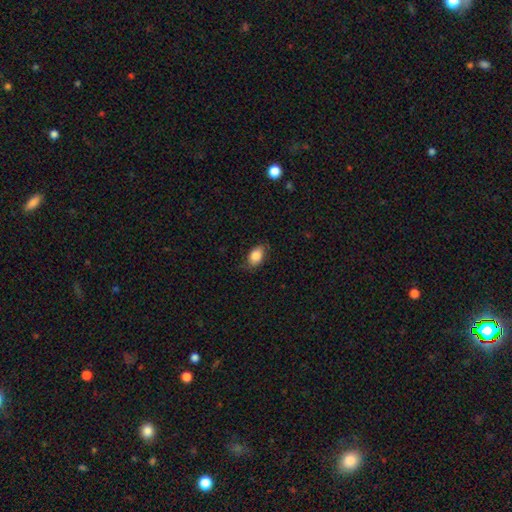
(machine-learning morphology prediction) A smooth galaxy with no disk features (85%) that is in between round and cigar-shaped (89%). Merging: none (76%).